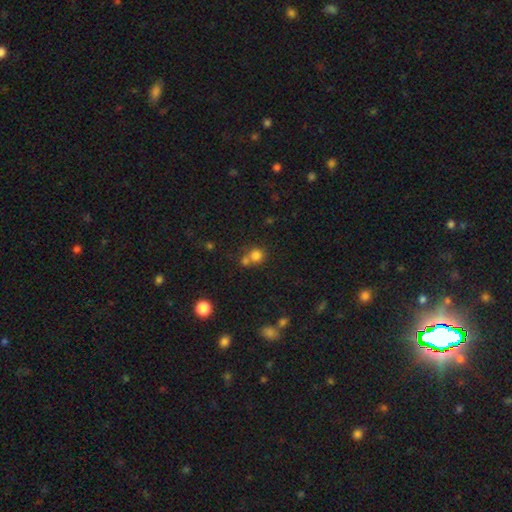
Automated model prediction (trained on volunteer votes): This is likely a smooth galaxy (77%). How rounded: clearly round (86%). Merging: possibly none (47%).